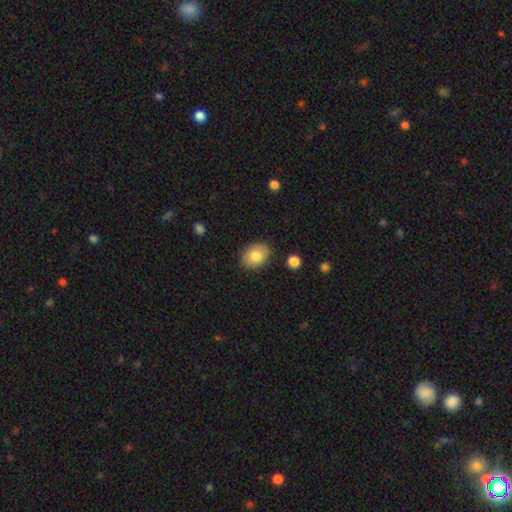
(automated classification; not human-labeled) Smooth or featured: smooth — 81% (featured or disk — 12%)
How rounded: in between — 70% (round — 29%)
Merging: none — 85% (minor disturbance — 11%)